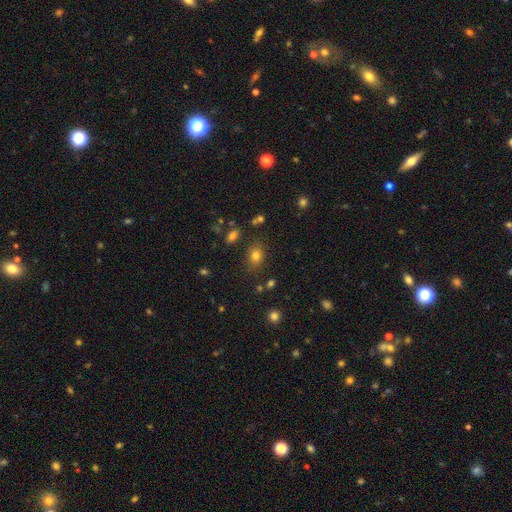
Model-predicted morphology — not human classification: type=smooth (78%); roundness=in between (61%); merging=none (78%).